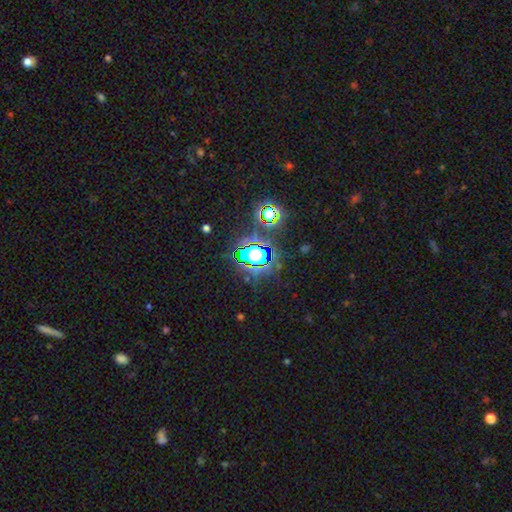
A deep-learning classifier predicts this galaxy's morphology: smooth_or_featured: star or artifact (p=0.70) [alt: smooth p=0.19]